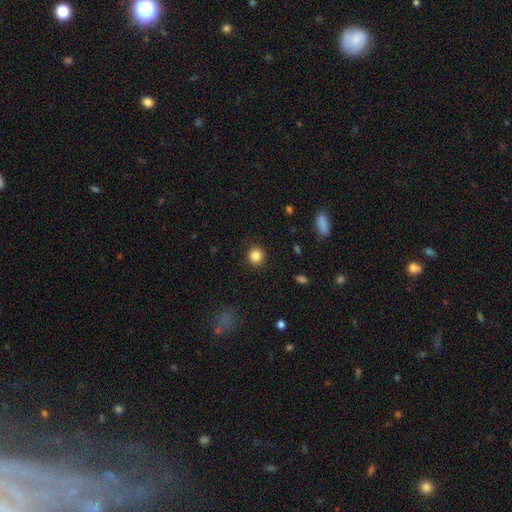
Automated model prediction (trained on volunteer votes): A smooth galaxy with no disk features (85%) that is round (92%).

Vote fractions:
- Smooth or featured? smooth: 85% / star or artifact: 11% / featured or disk: 4%
- How rounded? round: 92% / in between: 7% / cigar-shaped: 1%
- Merging? none: 91% / minor disturbance: 5% / major disturbance: 2% / merger: 1%